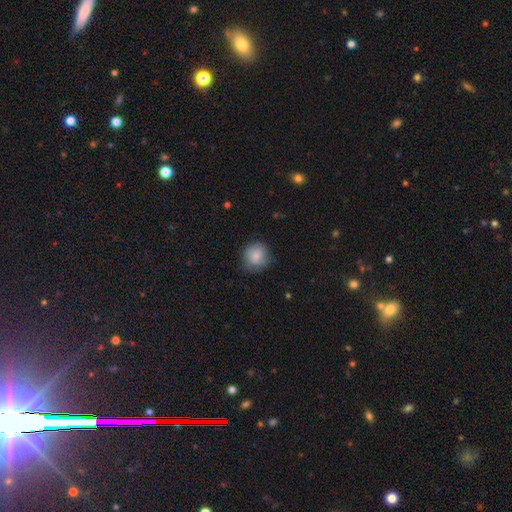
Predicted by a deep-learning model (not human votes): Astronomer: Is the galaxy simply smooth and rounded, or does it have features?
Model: smooth — 84%.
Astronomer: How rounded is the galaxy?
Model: round — 84%.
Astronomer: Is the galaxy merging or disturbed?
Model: none — 74%.